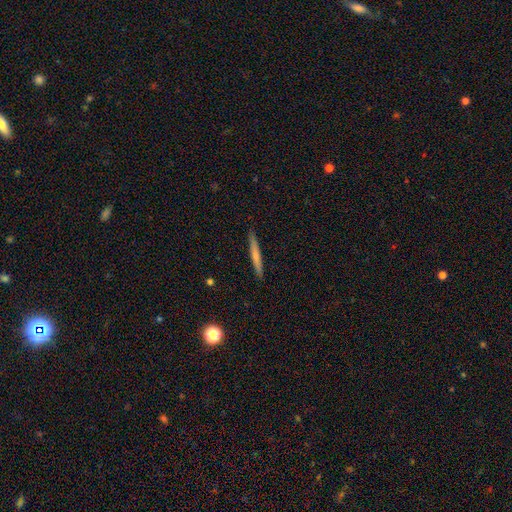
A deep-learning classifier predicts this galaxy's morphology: Smooth or featured? smooth (62%)
How rounded? cigar-shaped (96%)
Merging? none (92%)